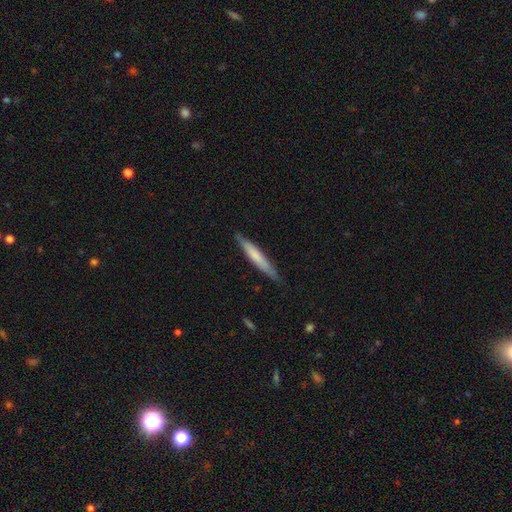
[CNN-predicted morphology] Smooth or featured? Predicted: smooth (p=0.62). How rounded? Predicted: cigar-shaped (p=0.94). Merging? Predicted: none (p=0.83).